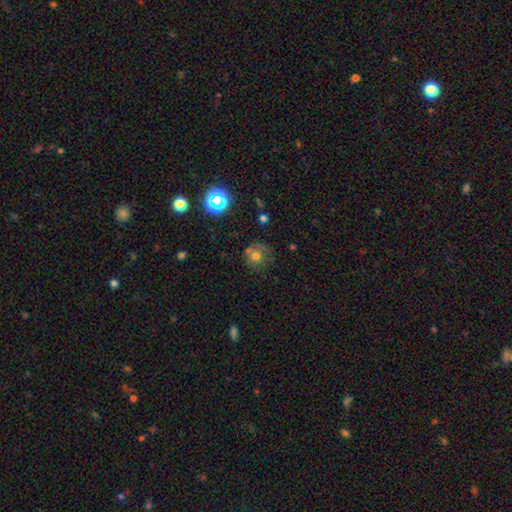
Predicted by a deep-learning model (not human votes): This appears to be a smooth galaxy with no disk features (63%) that is round (86%). Merging: none (58%).